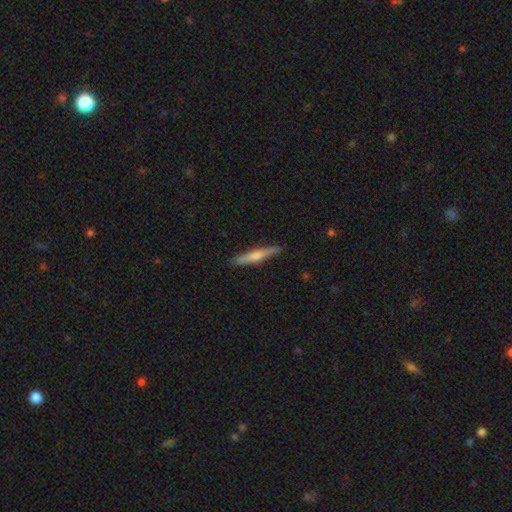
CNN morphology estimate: Smooth or featured? featured or disk (54%)
Edge-on disk? yes (97%)
Edge-on bulge? rounded (71%)
Merging? none (89%)